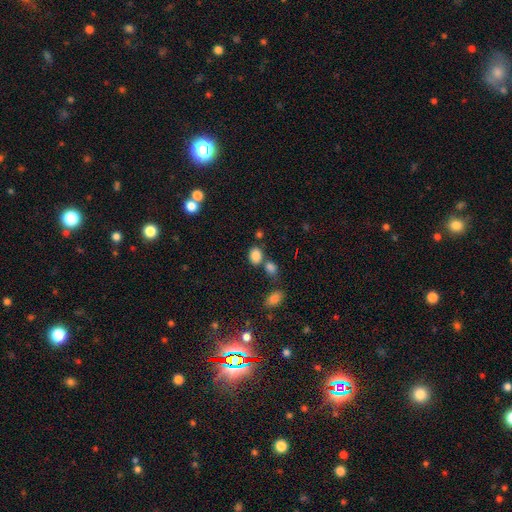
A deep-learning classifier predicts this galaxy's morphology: Smooth or featured: smooth — 84% (star or artifact — 11%)
How rounded: in between — 68% (round — 30%)
Merging: none — 62% (merger — 22%)